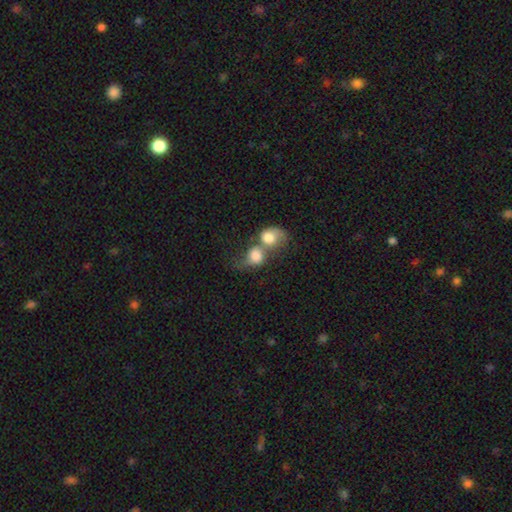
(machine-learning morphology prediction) Smooth or featured? smooth (72%)
How rounded? round (57%)
Merging? merger (75%)